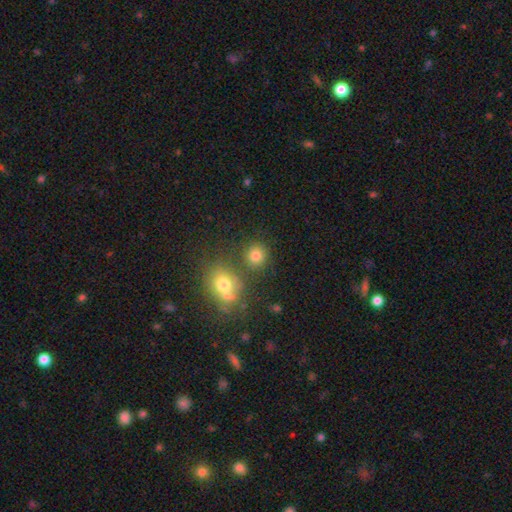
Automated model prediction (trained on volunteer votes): Smooth or featured: smooth — 78% (star or artifact — 15%)
How rounded: round — 84% (in between — 15%)
Merging: none — 75% (merger — 12%)